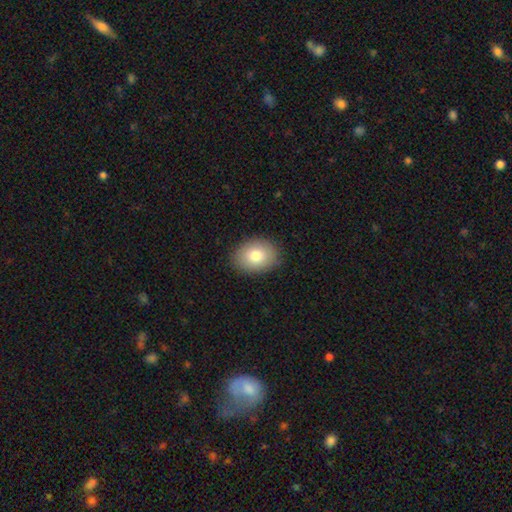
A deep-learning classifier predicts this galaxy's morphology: Smooth or featured? smooth (81%)
How rounded? in between (71%)
Merging? none (88%)